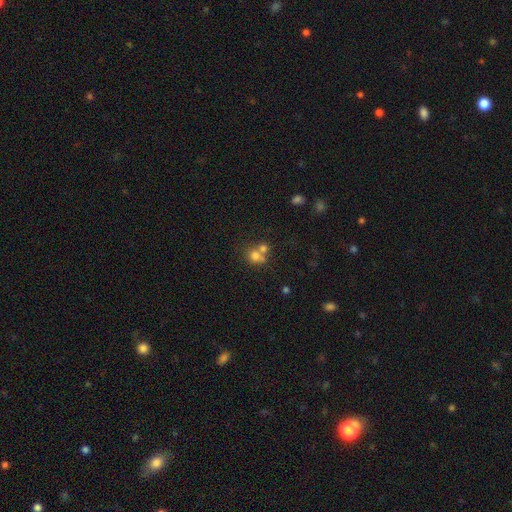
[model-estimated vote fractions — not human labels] This appears to be a smooth galaxy with no disk features (71%) that is round (75%). Merging: merger (53%).